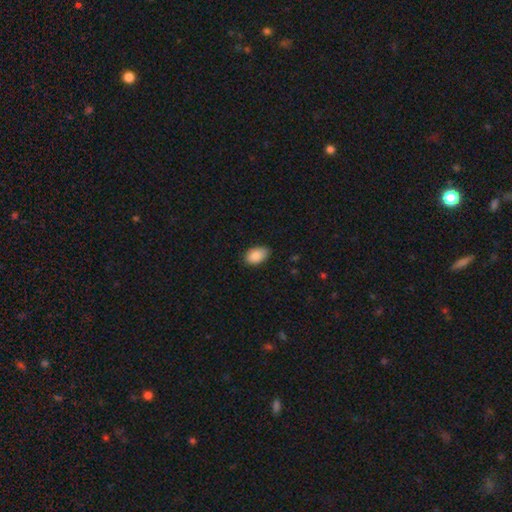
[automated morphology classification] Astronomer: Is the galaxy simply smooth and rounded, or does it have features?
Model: smooth — 89%.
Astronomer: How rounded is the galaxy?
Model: in between — 92%.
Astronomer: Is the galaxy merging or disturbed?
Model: none — 80%.